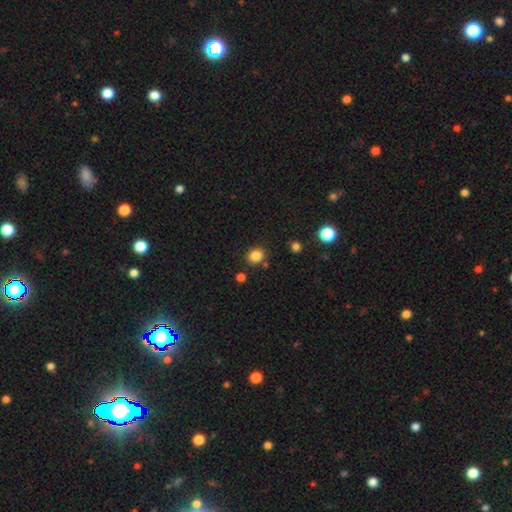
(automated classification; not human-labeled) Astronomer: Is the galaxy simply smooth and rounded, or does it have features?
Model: smooth — 84%.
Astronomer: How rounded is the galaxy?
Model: round — 72%.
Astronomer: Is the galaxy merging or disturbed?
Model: none — 83%.